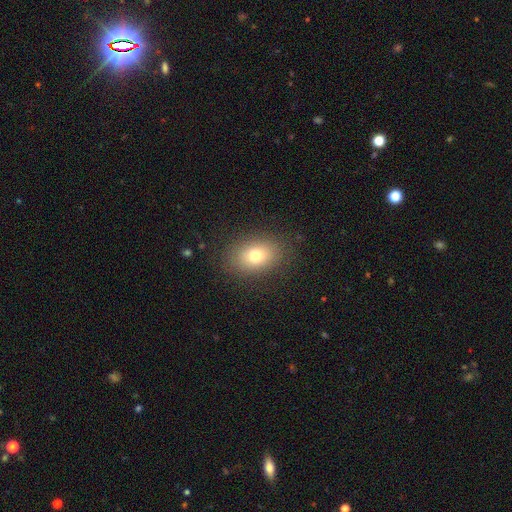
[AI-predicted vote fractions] Overall: smooth (76%). How rounded: in between (73%). Merging: none (85%).